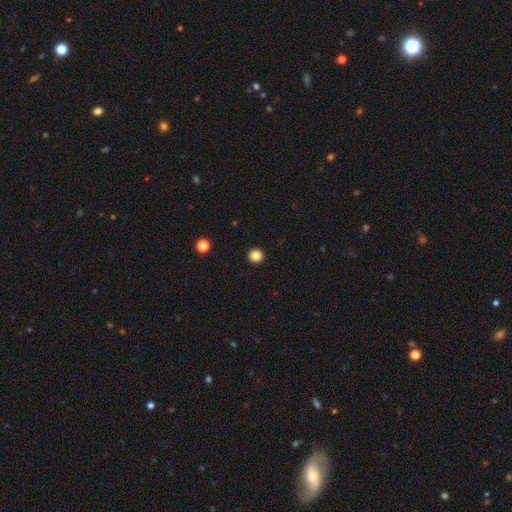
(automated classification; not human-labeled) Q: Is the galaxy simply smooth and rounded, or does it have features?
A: smooth — 84%.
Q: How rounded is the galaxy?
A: round — 96%.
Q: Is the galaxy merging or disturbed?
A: none — 94%.